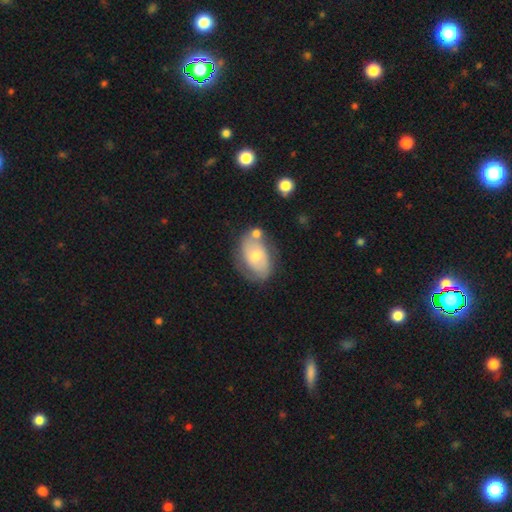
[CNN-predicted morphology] Smooth or featured: featured or disk — 53% (smooth — 40%)
Edge-on disk: no — 94% (yes — 6%)
Bar: no — 70% (weak — 25%)
Spiral arms: yes — 65% (no — 35%)
Bulge size: moderate — 51% (small — 43%)
Merging: none — 59% (minor disturbance — 22%)